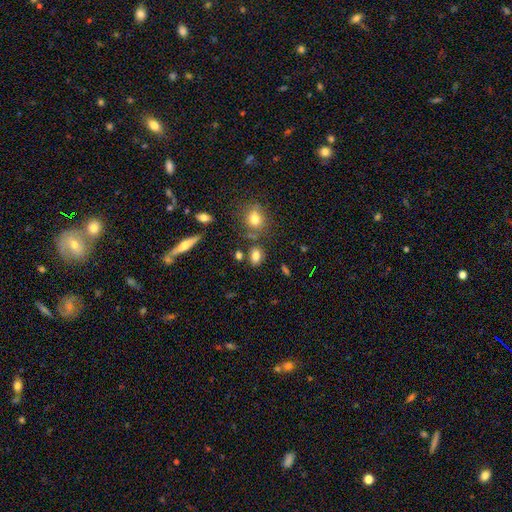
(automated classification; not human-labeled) This is clearly a smooth galaxy (80%). How rounded: likely in between (77%). Merging: likely none (76%).